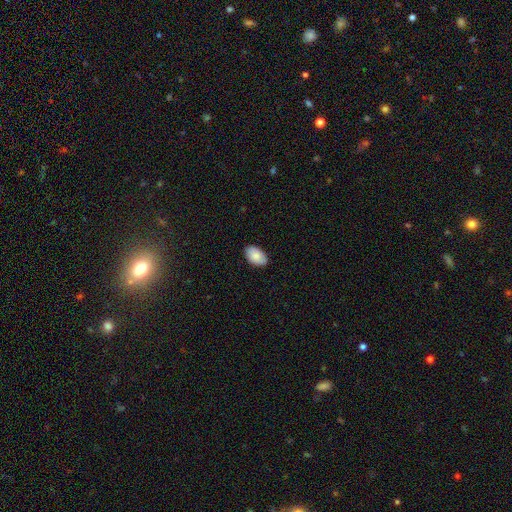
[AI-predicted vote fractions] Smooth or featured? smooth (86%)
How rounded? in between (93%)
Merging? none (86%)